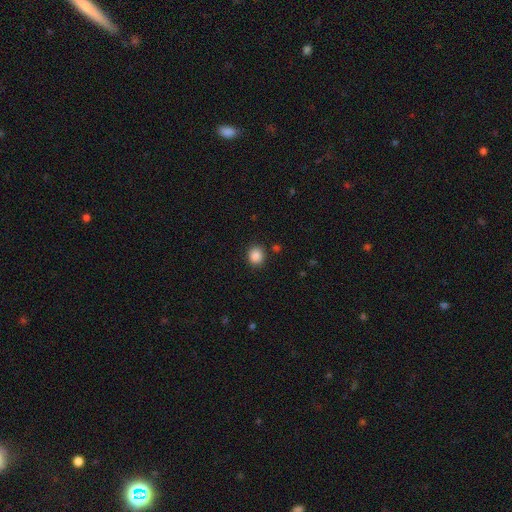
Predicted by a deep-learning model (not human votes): Smooth or featured? smooth (87%)
How rounded? round (84%)
Merging? none (88%)